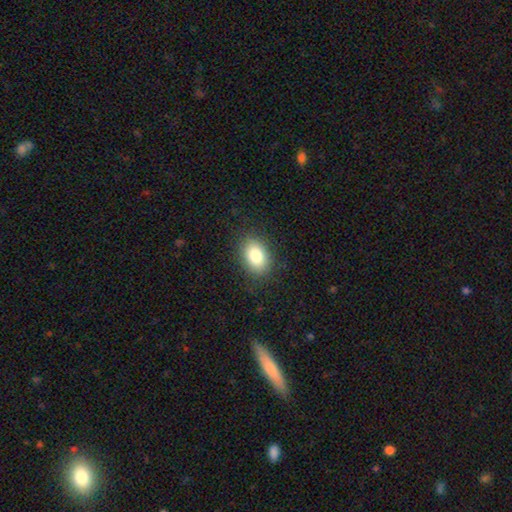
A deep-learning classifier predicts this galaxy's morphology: smooth-or-featured: smooth: 83% | featured or disk: 9% | star or artifact: 8%
  how-rounded: in between: 81% | round: 18% | cigar-shaped: 1%
  merging: none: 87% | minor disturbance: 9% | major disturbance: 3% | merger: 1%